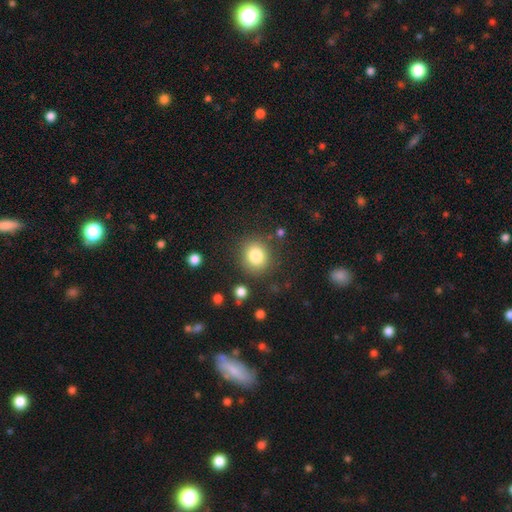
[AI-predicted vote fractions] This is clearly a smooth galaxy (81%). How rounded: clearly round (81%). Merging: clearly none (83%).